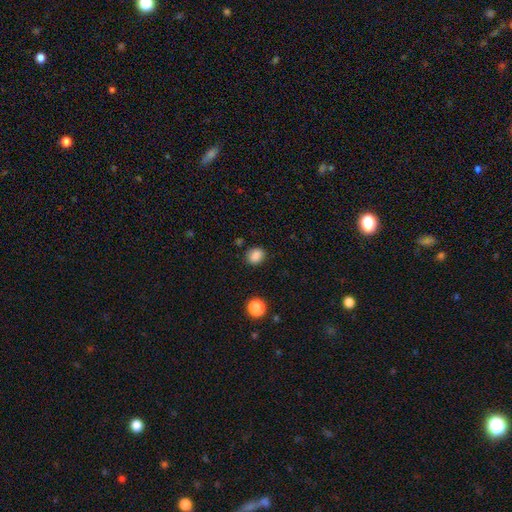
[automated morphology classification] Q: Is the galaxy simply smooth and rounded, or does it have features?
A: smooth — 85%.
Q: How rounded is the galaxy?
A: round — 63%.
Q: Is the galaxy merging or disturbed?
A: none — 84%.